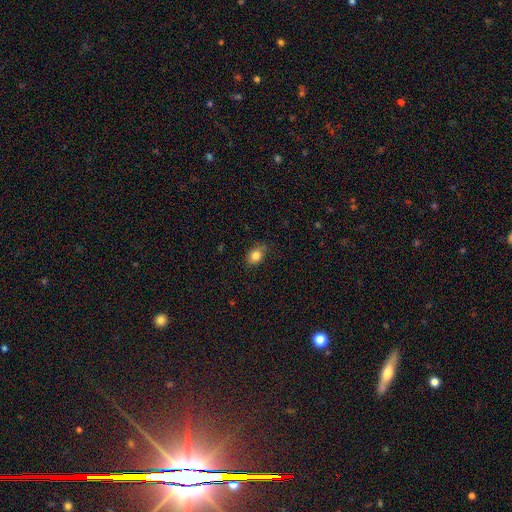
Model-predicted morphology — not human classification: smooth-or-featured: smooth: 82% | star or artifact: 10% | featured or disk: 8%
  how-rounded: in between: 59% | round: 40% | cigar-shaped: 1%
  merging: none: 77% | minor disturbance: 19% | major disturbance: 3% | merger: 1%